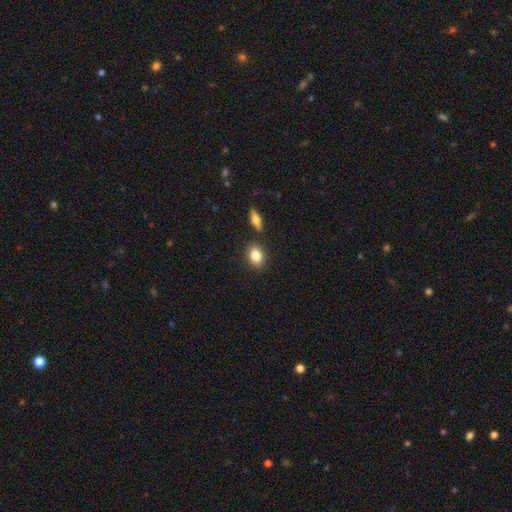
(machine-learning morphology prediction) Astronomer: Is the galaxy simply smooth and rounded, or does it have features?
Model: smooth — 83%.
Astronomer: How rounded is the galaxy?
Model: in between — 69%.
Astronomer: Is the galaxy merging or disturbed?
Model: none — 82%.